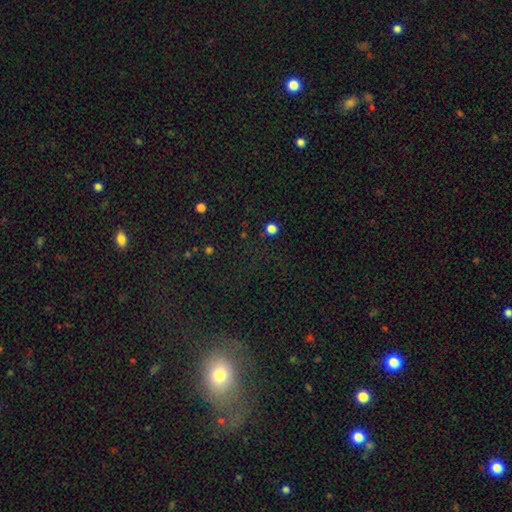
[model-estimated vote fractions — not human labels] Morphology: type=smooth (42%); merging=none (59%).